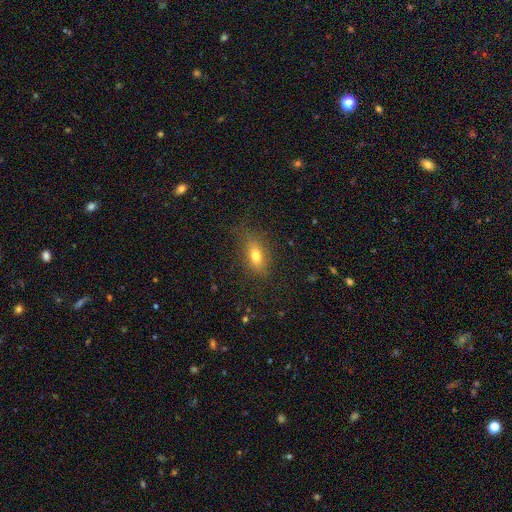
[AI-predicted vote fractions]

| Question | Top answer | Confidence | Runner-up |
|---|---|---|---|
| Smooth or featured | smooth | 73% | featured or disk (16%) |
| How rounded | in between | 79% | round (11%) |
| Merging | none | 73% | minor disturbance (17%) |